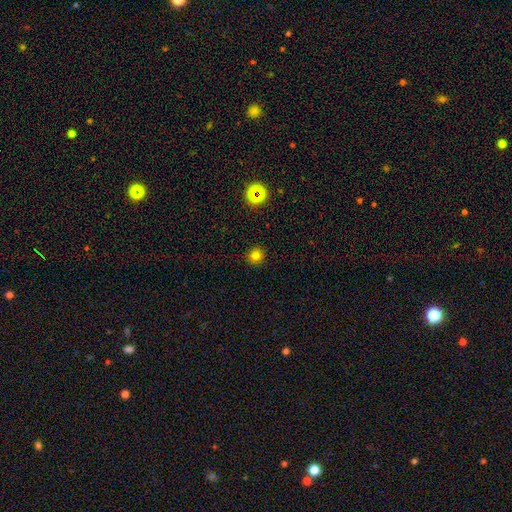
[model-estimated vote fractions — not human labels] Overall: smooth (76%). How rounded: round (92%). Merging: none (91%).